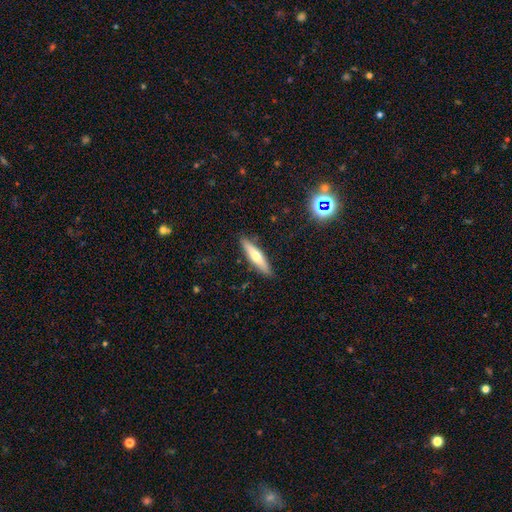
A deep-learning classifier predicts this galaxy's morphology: This is possibly a smooth galaxy (55%). How rounded: clearly cigar-shaped (82%). Merging: clearly none (87%).